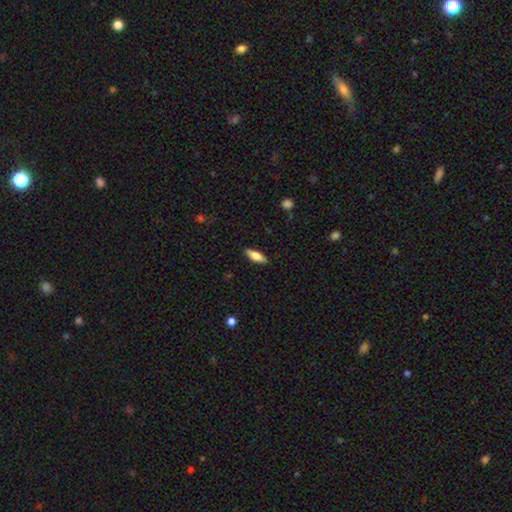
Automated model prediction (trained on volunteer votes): A smooth galaxy with no disk features (75%) that is in between round and cigar-shaped (66%).

Vote fractions:
- Smooth or featured? smooth: 75% / featured or disk: 18% / star or artifact: 6%
- How rounded? in between: 66% / cigar-shaped: 32% / round: 2%
- Merging? none: 88% / minor disturbance: 9% / major disturbance: 2% / merger: 1%